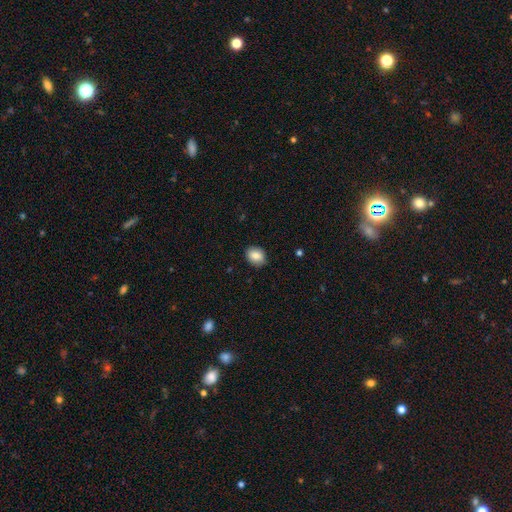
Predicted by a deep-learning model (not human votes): Smooth or featured? smooth (85%)
How rounded? in between (61%)
Merging? none (87%)